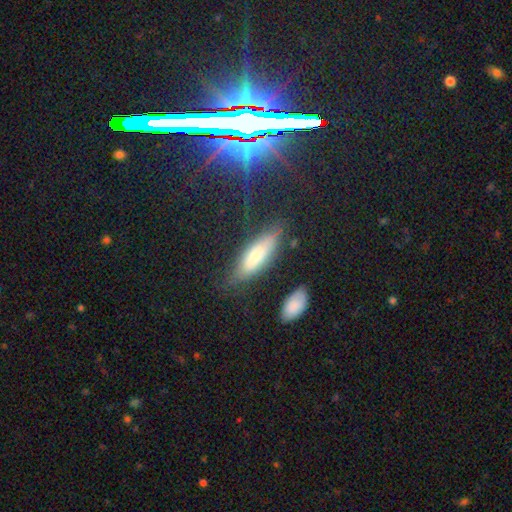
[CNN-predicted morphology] smooth_or_featured: smooth (p=0.70) [alt: featured or disk p=0.22]
how_rounded: in between (p=0.49) [tied with: cigar-shaped p=0.49]
merging: none (p=0.73) [alt: minor disturbance p=0.18]